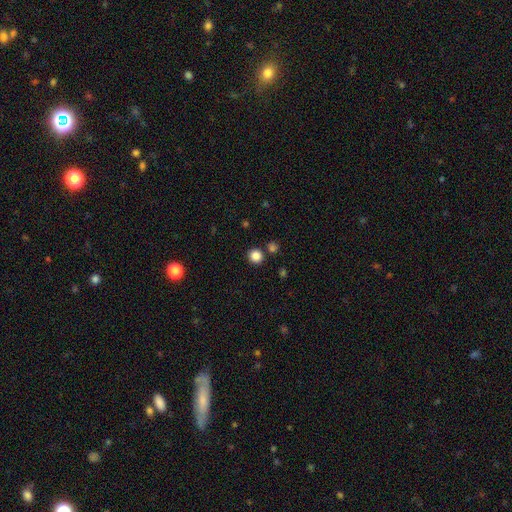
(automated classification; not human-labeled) This appears to be a smooth galaxy with no disk features (85%) that is round (92%). Merging: none (85%).